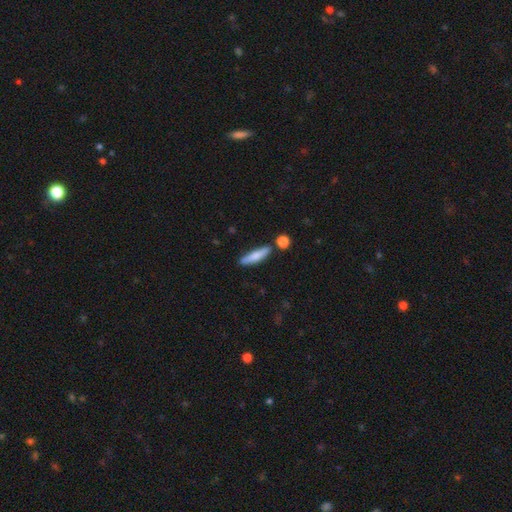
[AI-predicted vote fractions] Morphology: type=smooth (72%); roundness=cigar-shaped (80%); merging=none (78%).